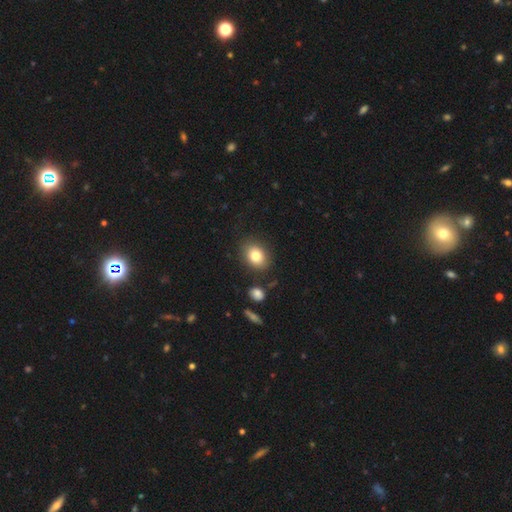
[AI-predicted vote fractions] The model was most divided on "how rounded": in between: 57%, round: 42%, cigar-shaped: 1%. More confident: merging — none (85%); smooth or featured — smooth (80%).